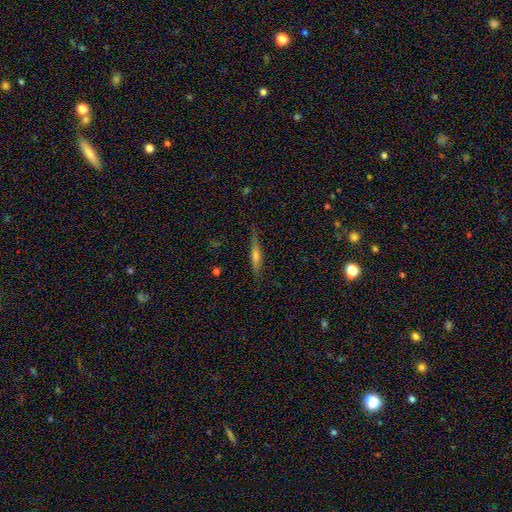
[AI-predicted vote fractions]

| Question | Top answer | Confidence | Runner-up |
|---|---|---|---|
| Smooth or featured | featured or disk | 54% | smooth (37%) |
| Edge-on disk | yes | 96% | no (4%) |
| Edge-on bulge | rounded | 63% | none (24%) |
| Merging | none | 85% | minor disturbance (11%) |